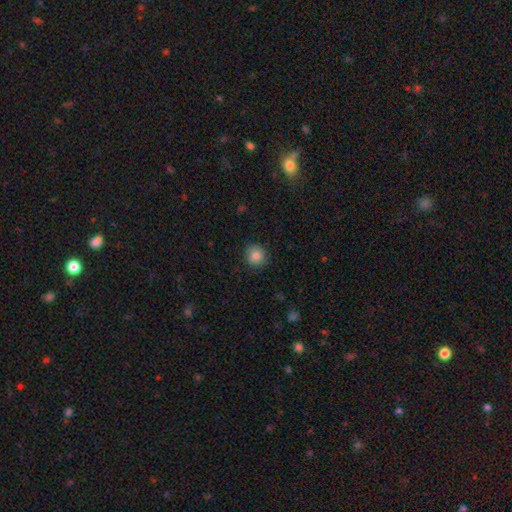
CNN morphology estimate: This is clearly a smooth galaxy (84%). How rounded: clearly round (90%). Merging: clearly none (88%).